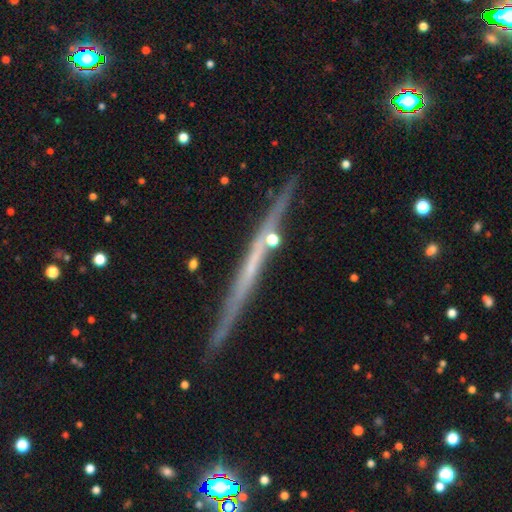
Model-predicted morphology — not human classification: featured or disk 70%, smooth 22%, star or artifact 8%. Down the decision tree: edge-on disk — yes (97%); edge-on bulge — none (79%); merging — none (85%).